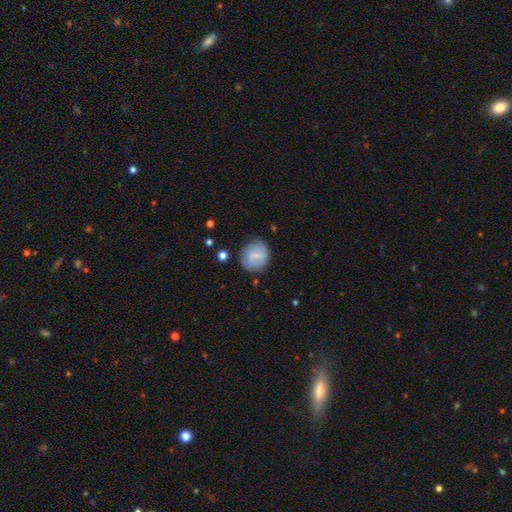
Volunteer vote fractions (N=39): smooth_or_featured: smooth (p=0.69) [alt: featured or disk p=0.26]
how_rounded: round (p=0.74) [alt: in between p=0.22]
merging: none (p=0.76) [alt: minor disturbance p=0.22]